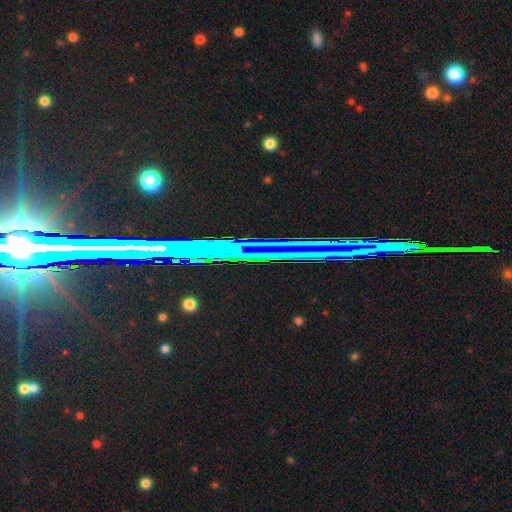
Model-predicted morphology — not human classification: This appears to be a star or artifact, not a galaxy (75%).